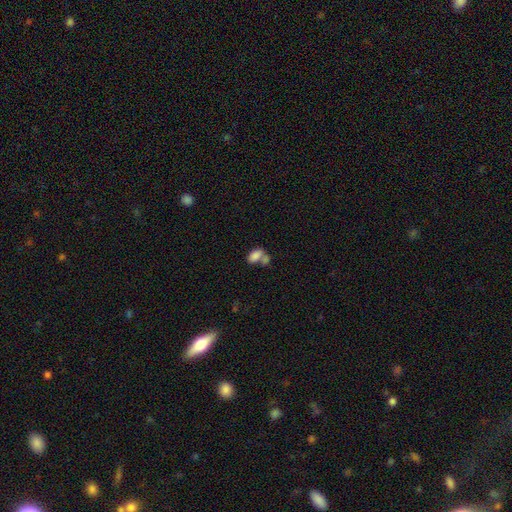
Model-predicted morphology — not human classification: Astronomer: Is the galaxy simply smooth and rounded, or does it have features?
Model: smooth — 81%.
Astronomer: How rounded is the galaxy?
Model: in between — 91%.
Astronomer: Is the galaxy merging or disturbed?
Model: merger — 53% (runner-up: none, 30%).